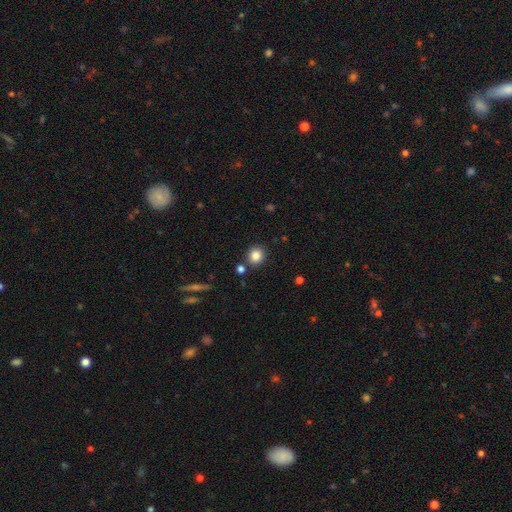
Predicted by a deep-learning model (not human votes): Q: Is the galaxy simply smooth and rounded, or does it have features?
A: smooth — 84%.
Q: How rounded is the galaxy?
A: round — 86%.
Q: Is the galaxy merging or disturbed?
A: none — 84%.